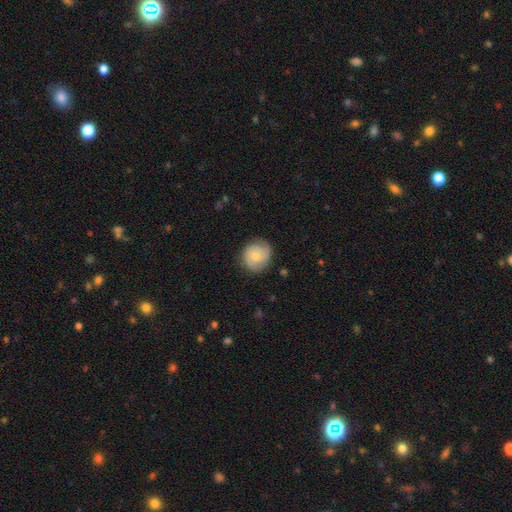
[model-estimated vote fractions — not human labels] A smooth galaxy with no disk features (55%) that is round (83%).

Vote fractions:
- Smooth or featured? smooth: 55% / featured or disk: 39% / star or artifact: 7%
- How rounded? round: 83% / in between: 16% / cigar-shaped: 1%
- Merging? none: 74% / minor disturbance: 19% / major disturbance: 6% / merger: 1%